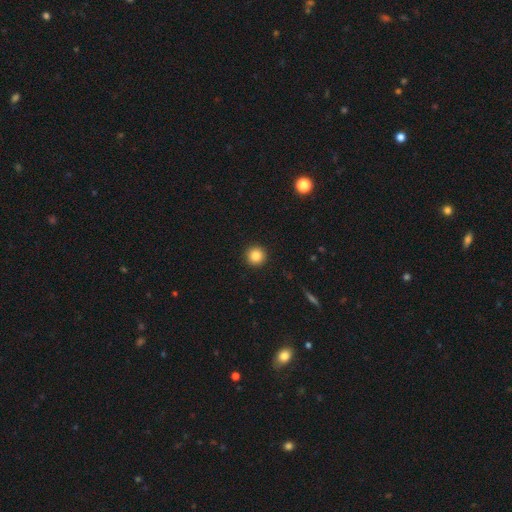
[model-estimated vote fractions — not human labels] A smooth galaxy with no disk features (85%) that is round (96%). Merging: none (93%).